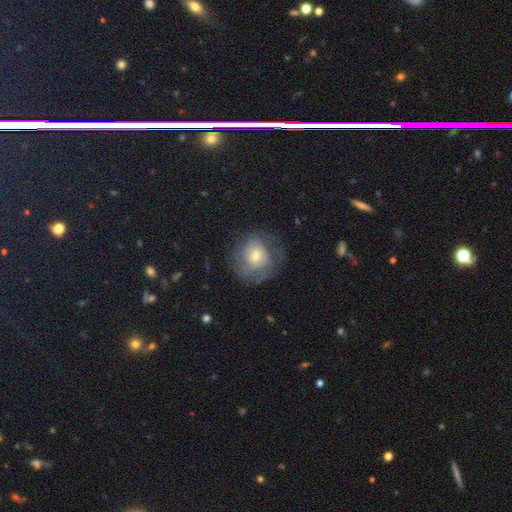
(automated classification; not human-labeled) Q: Smooth or featured?
A: featured or disk (50%); runner-up: smooth (40%)
Q: Edge-on disk?
A: no (96%); runner-up: yes (4%)
Q: Merging?
A: none (63%); runner-up: minor disturbance (20%)